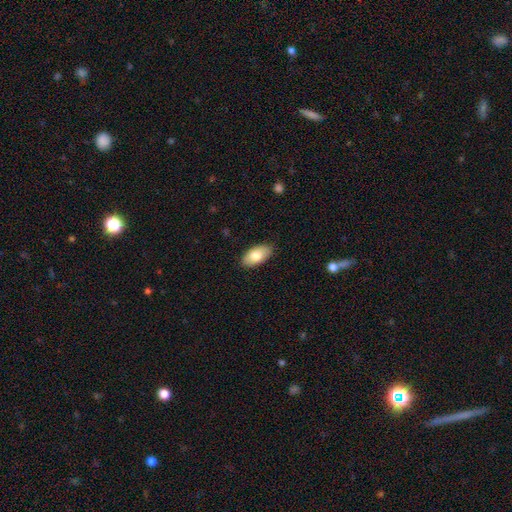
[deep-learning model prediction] Morphology: type=smooth (78%); roundness=in between (94%); merging=none (87%).